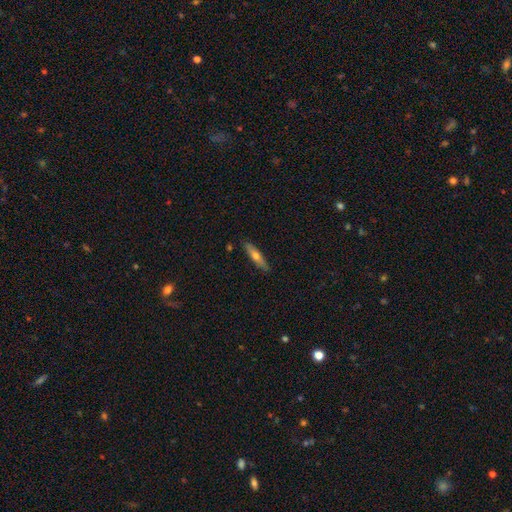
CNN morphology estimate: A smooth galaxy with no disk features (55%) that is cigar-shaped (82%). Merging: none (87%).